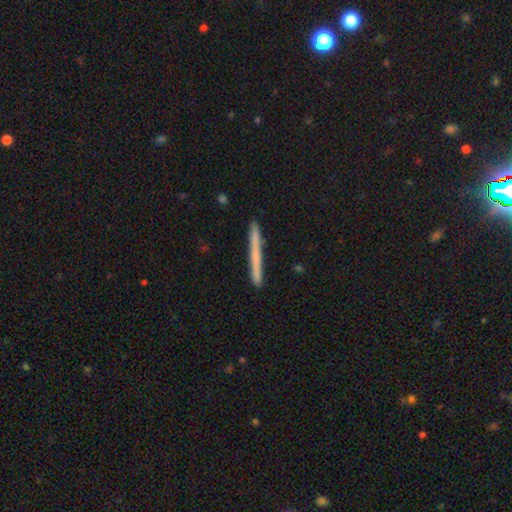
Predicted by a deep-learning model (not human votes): This appears to be a smooth galaxy with no disk features (60%) that is cigar-shaped (97%). Merging: none (91%).